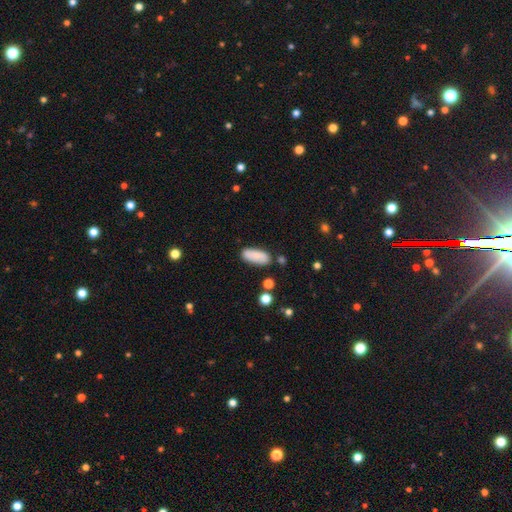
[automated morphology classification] type=smooth (82%); roundness=in between (80%); merging=none (77%).